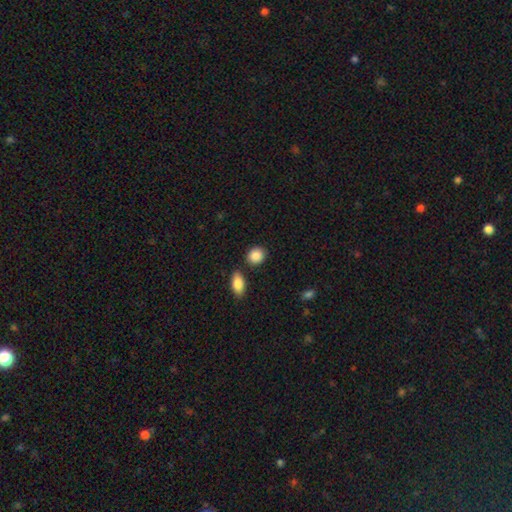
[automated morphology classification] Smooth or featured? Predicted: smooth (p=0.88). How rounded? Predicted: round (p=0.65). Merging? Predicted: none (p=0.80).